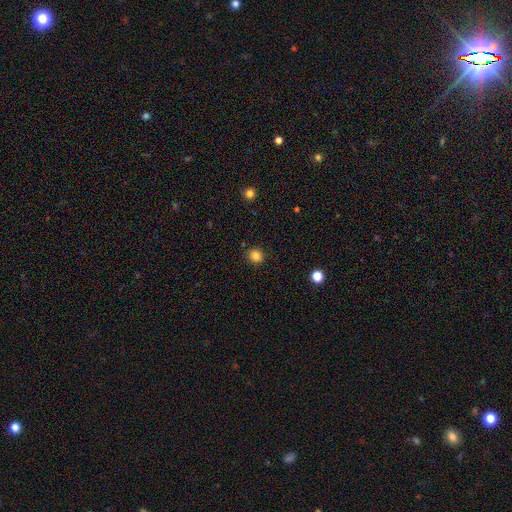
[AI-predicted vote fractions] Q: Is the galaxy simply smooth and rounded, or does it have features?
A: smooth — 85%.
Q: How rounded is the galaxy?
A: round — 87%.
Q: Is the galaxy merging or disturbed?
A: none — 90%.